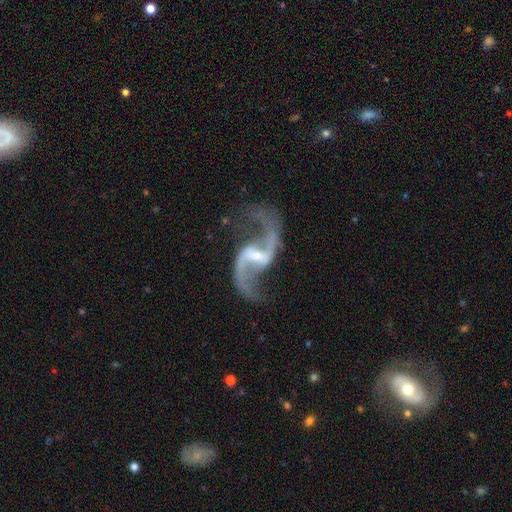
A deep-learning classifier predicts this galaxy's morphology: smooth-or-featured: featured or disk: 93% | star or artifact: 4% | smooth: 2%
  disk-edge-on: no: 98% | yes: 2%
    bar: strong: 43% | weak: 41% | no: 16%
    has-spiral-arms: yes: 98% | no: 2%
      spiral-winding: loose: 79% | medium: 17% | tight: 4%
      spiral-arm-count: 2: 95% | 1: 1% | can't tell: 1% | 3: 1% | 4: 1% | more than 4: 1%
    bulge-size: small: 66% | moderate: 28% | none: 4% | large: 2% | dominant: 1%
  merging: none: 80% | minor disturbance: 11% | major disturbance: 7% | merger: 2%